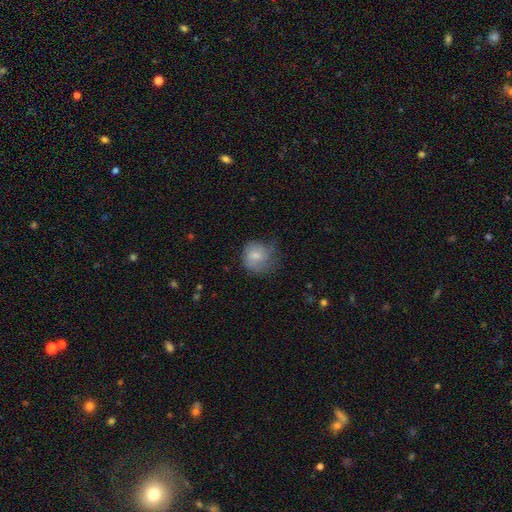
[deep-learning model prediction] A smooth galaxy with no disk features (69%) that is round (77%).

Vote fractions:
- Smooth or featured? smooth: 69% / featured or disk: 24% / star or artifact: 7%
- How rounded? round: 77% / in between: 22% / cigar-shaped: 1%
- Merging? none: 40% / minor disturbance: 34% / major disturbance: 23% / merger: 2%